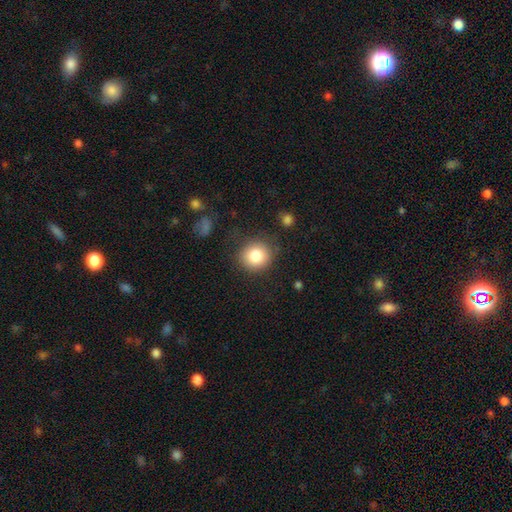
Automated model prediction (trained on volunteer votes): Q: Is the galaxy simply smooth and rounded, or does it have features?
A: smooth — 83%.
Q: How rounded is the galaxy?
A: round — 87%.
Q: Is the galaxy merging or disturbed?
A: none — 82%.